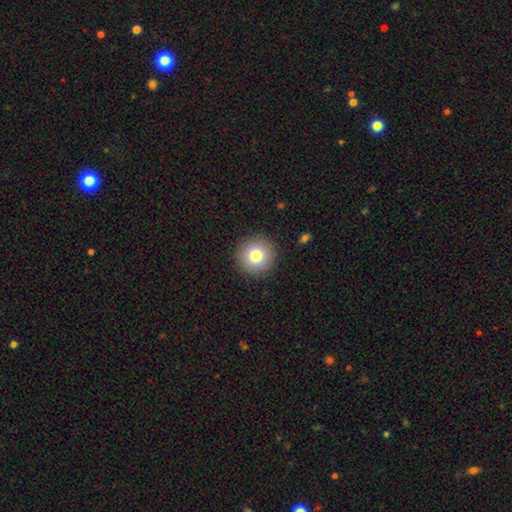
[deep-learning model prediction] Overall: smooth (80%). How rounded: round (95%). Merging: none (91%).